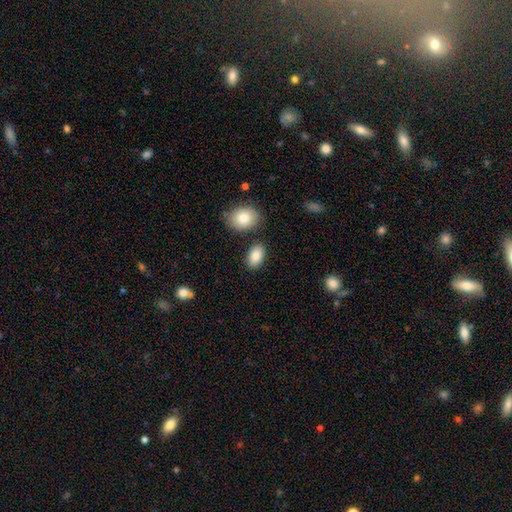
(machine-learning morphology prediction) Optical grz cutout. It shows a smooth galaxy with no disk features (86%) that is in between round and cigar-shaped (91%). Merging: none (81%).